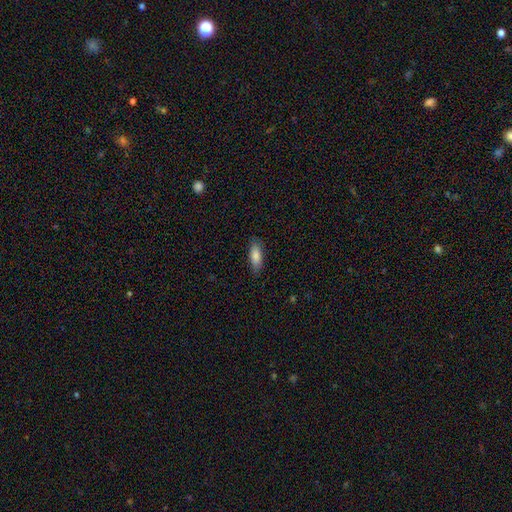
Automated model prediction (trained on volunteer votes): This appears to be a smooth galaxy with no disk features (83%) that is in between round and cigar-shaped (68%). Merging: none (85%).